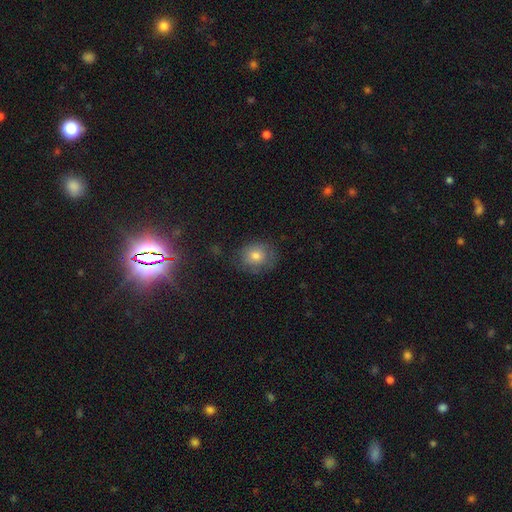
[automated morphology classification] Smooth or featured?
  - smooth: 72% *
  - featured or disk: 14%
  - star or artifact: 13%
How rounded?
  - round: 71% *
  - in between: 28%
  - cigar-shaped: 1%
Merging?
  - none: 73% *
  - minor disturbance: 19%
  - major disturbance: 6%
  - merger: 2%